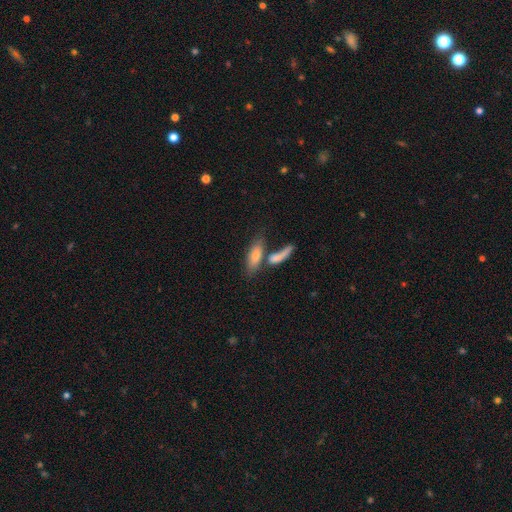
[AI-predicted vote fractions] A smooth galaxy with no disk features (73%) that is in between round and cigar-shaped (68%).

Vote fractions:
- Smooth or featured? smooth: 73% / featured or disk: 21% / star or artifact: 7%
- How rounded? in between: 68% / cigar-shaped: 29% / round: 3%
- Merging? merger: 43% / none: 39% / minor disturbance: 11% / major disturbance: 7%